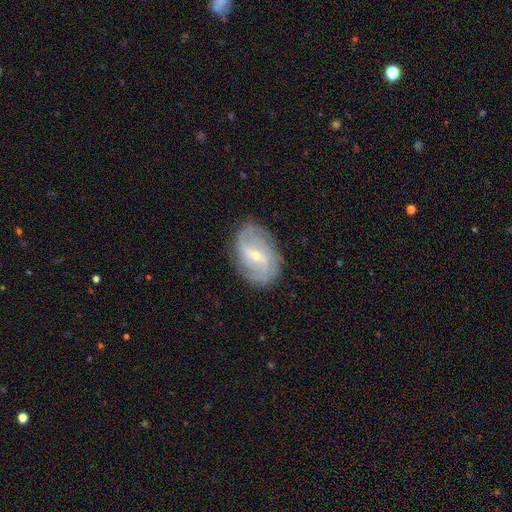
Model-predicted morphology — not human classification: A featured or disk galaxy (79%) with a weak bar (51%), 2 (46%) tight (39%) spiral arms (90%) and a small central bulge (67%). Merging: none (80%).